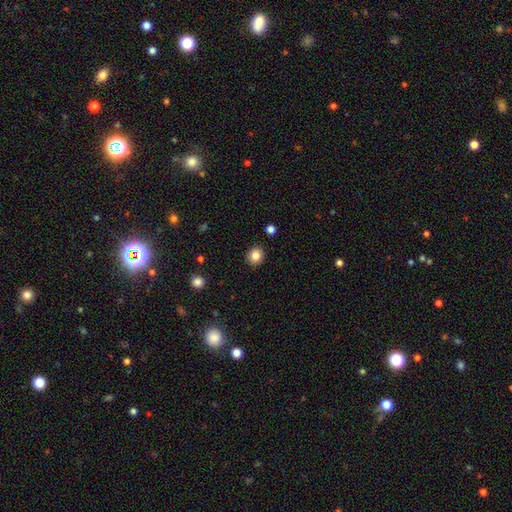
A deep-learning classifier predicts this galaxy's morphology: Smooth or featured?
  - smooth: 84% *
  - star or artifact: 10%
  - featured or disk: 6%
How rounded?
  - round: 83% *
  - in between: 16%
  - cigar-shaped: 1%
Merging?
  - none: 91% *
  - minor disturbance: 6%
  - major disturbance: 2%
  - merger: 1%